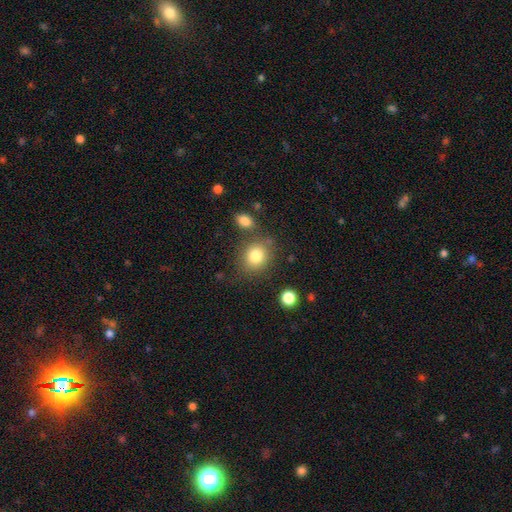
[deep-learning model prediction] This is clearly a smooth galaxy (81%). How rounded: likely round (72%). Merging: likely none (74%).